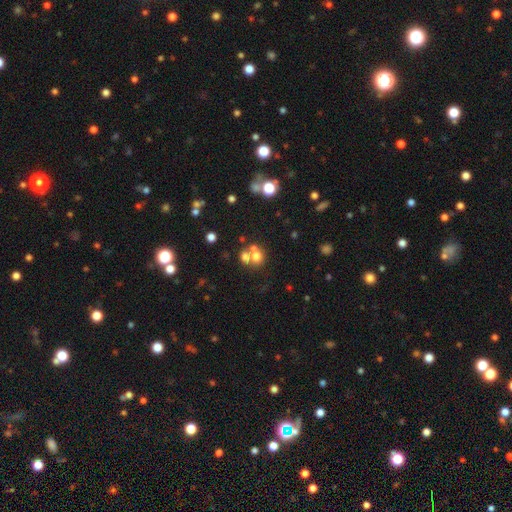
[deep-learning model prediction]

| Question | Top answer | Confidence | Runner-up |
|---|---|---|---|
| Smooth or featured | smooth | 65% | featured or disk (18%) |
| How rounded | round | 76% | in between (24%) |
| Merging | merger | 50% | none (38%) |